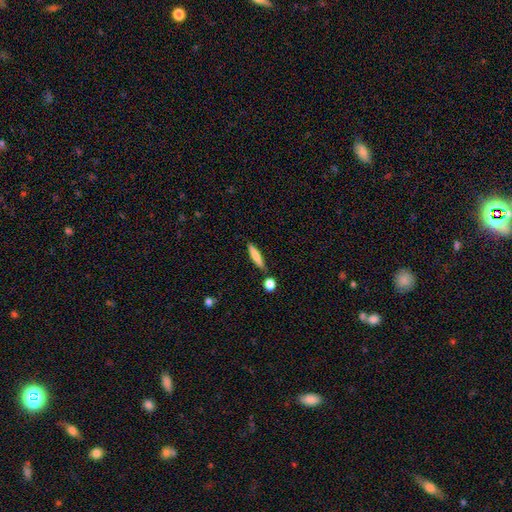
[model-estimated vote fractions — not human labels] A smooth galaxy with no disk features (77%) that is cigar-shaped (87%). Merging: none (82%).